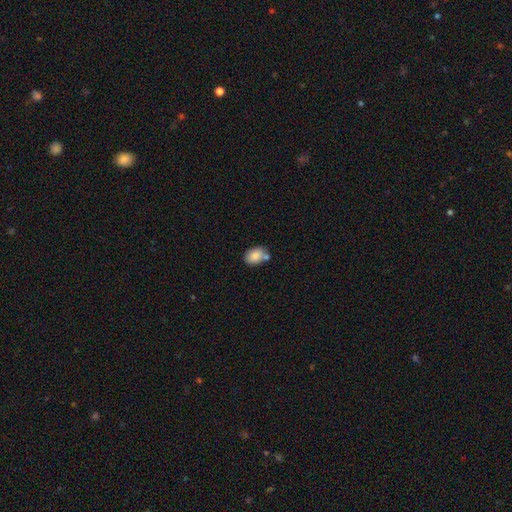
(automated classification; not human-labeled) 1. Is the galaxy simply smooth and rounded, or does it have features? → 85% smooth, 8% star or artifact, 7% featured or disk.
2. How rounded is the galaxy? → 79% in between, 20% round, 1% cigar-shaped.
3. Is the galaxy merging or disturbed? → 60% none, 20% merger, 16% minor disturbance, 4% major disturbance.